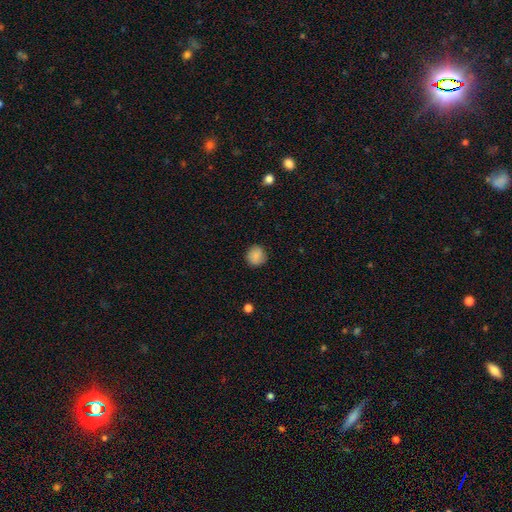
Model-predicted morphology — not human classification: Smooth or featured: smooth — 86% (star or artifact — 8%)
How rounded: round — 87% (in between — 12%)
Merging: none — 85% (minor disturbance — 11%)